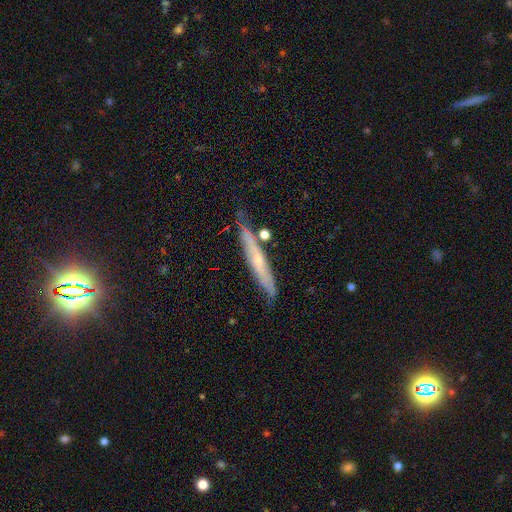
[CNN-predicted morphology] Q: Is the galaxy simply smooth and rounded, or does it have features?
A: featured or disk — 60%.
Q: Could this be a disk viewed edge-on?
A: yes — 90%.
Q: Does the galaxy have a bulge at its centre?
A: rounded — 61%.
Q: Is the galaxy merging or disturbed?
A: none — 80%.